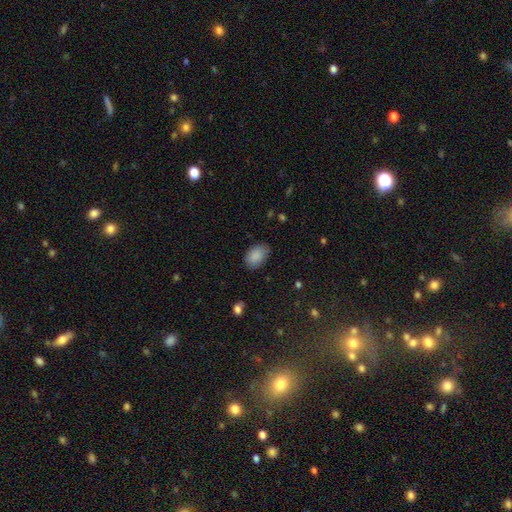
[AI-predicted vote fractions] Smooth or featured: smooth — 88% (star or artifact — 7%)
How rounded: in between — 88% (round — 11%)
Merging: none — 75% (minor disturbance — 20%)